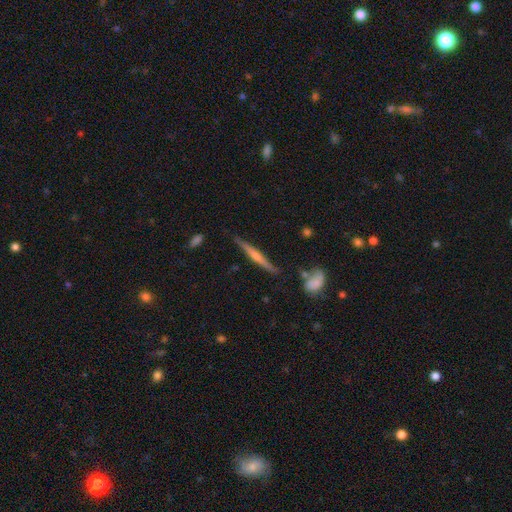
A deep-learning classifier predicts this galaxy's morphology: A featured or disk galaxy (66%) viewed edge-on (97%) with a rounded central bulge (68%).

Vote fractions:
- Smooth or featured? featured or disk: 66% / smooth: 27% / star or artifact: 6%
- Edge-on disk? yes: 97% / no: 3%
- Edge-on bulge? rounded: 68% / none: 23% / boxy: 9%
- Merging? none: 83% / minor disturbance: 12% / merger: 3% / major disturbance: 2%